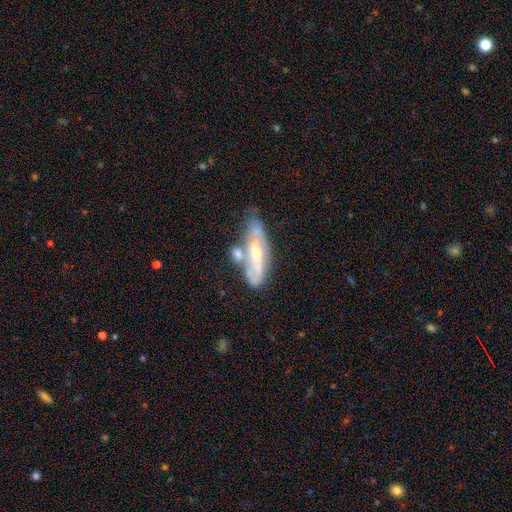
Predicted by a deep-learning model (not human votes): Smooth or featured: featured or disk — 63% (smooth — 30%)
Edge-on disk: no — 75% (yes — 25%)
Merging: none — 38% (merger — 26%)